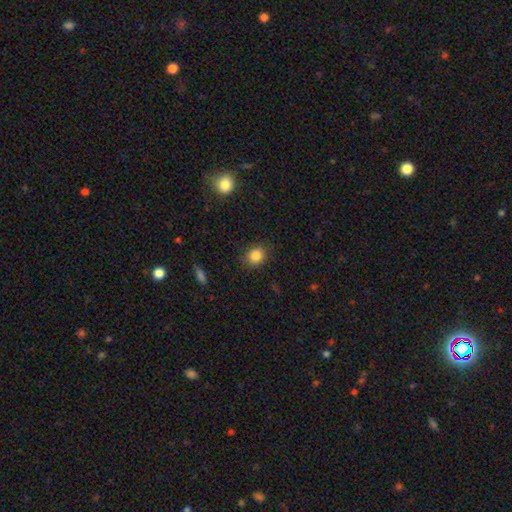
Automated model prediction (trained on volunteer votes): Smooth or featured? Predicted: smooth (p=0.85). How rounded? Predicted: round (p=0.61). Merging? Predicted: none (p=0.86).